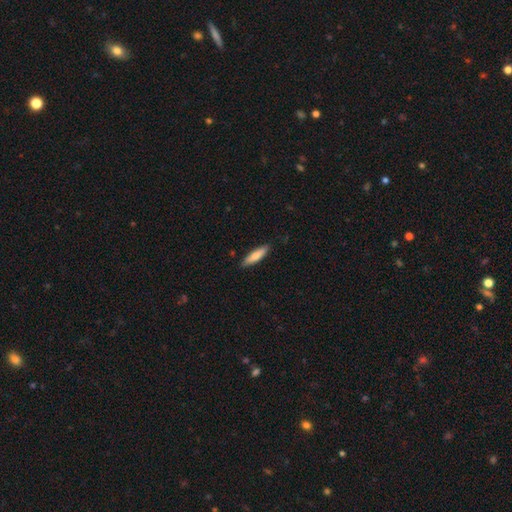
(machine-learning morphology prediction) A smooth galaxy with no disk features (76%) that is cigar-shaped (73%). Merging: none (88%).